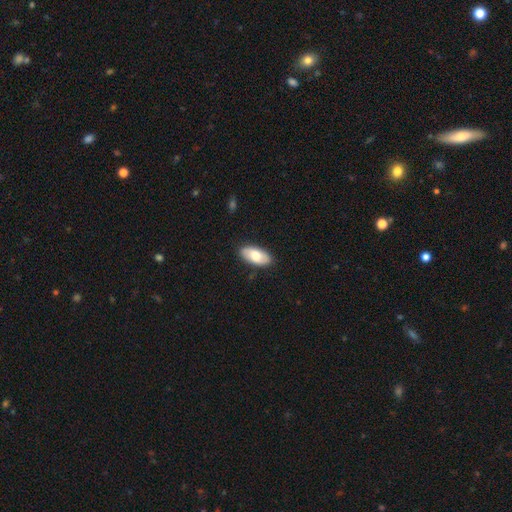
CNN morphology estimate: smooth-or-featured: smooth: 72% | featured or disk: 23% | star or artifact: 6%
  how-rounded: in between: 92% | cigar-shaped: 5% | round: 2%
  merging: none: 87% | minor disturbance: 10% | major disturbance: 2% | merger: 1%